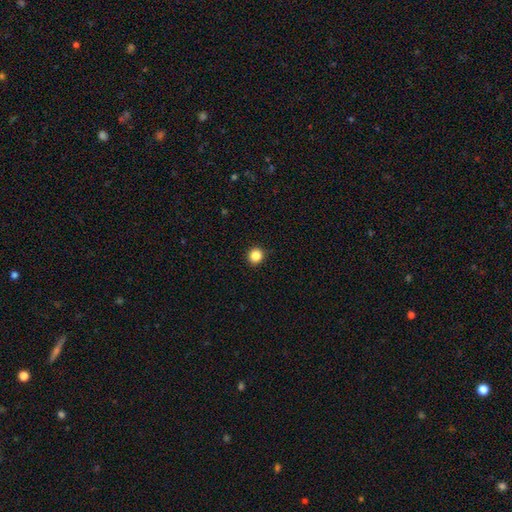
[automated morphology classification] Smooth or featured? smooth (86%)
How rounded? round (92%)
Merging? none (93%)